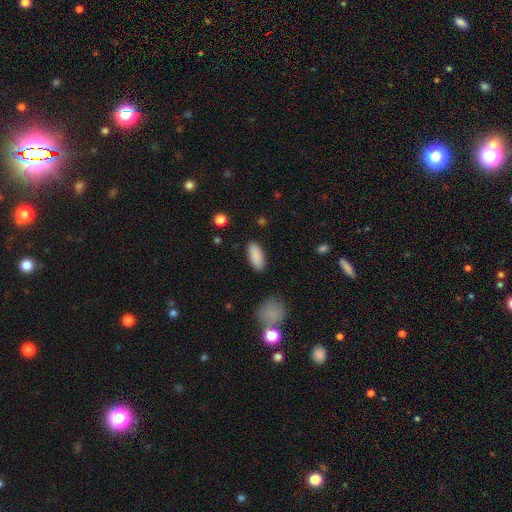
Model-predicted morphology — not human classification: smooth_or_featured: smooth (p=0.89) [alt: star or artifact p=0.06]
how_rounded: in between (p=0.83) [alt: cigar-shaped p=0.15]
merging: none (p=0.88) [alt: minor disturbance p=0.08]